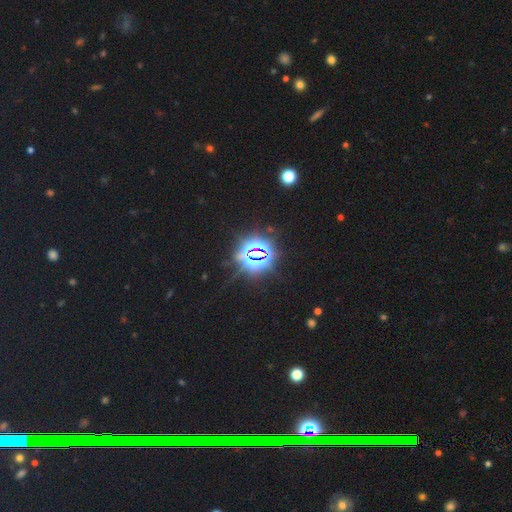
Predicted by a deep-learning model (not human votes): Smooth or featured? Predicted: star or artifact (p=0.83).